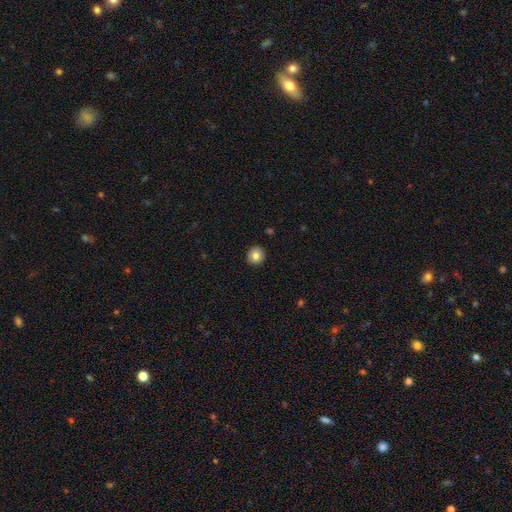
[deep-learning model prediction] This is clearly a smooth galaxy (82%). How rounded: clearly round (91%). Merging: clearly none (92%).